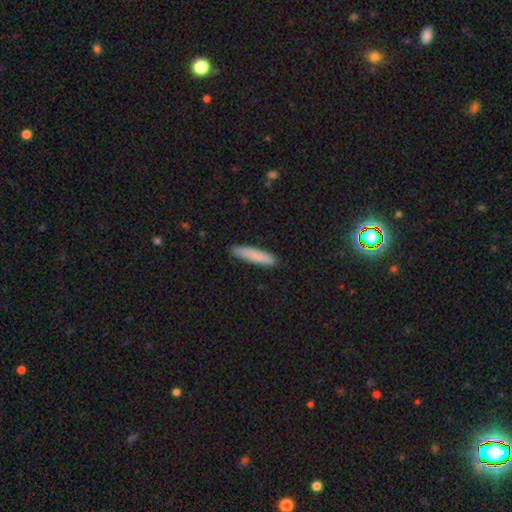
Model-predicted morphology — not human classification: A smooth galaxy with no disk features (84%) that is cigar-shaped (88%).

Vote fractions:
- Smooth or featured? smooth: 84% / featured or disk: 10% / star or artifact: 6%
- How rounded? cigar-shaped: 88% / in between: 11% / round: 1%
- Merging? none: 89% / minor disturbance: 9% / major disturbance: 2% / merger: 1%